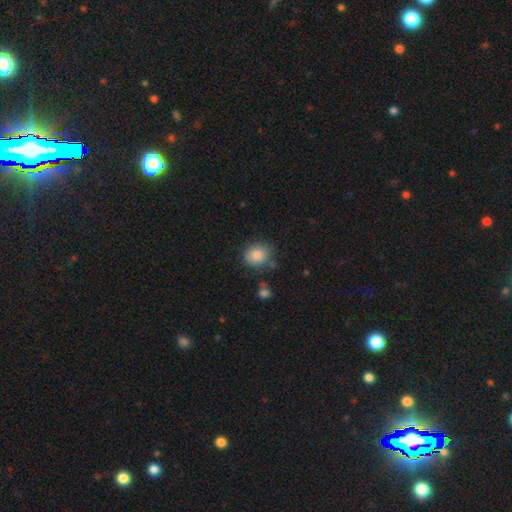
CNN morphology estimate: Smooth or featured: smooth — 85% (star or artifact — 8%)
How rounded: round — 69% (in between — 31%)
Merging: none — 71% (minor disturbance — 19%)